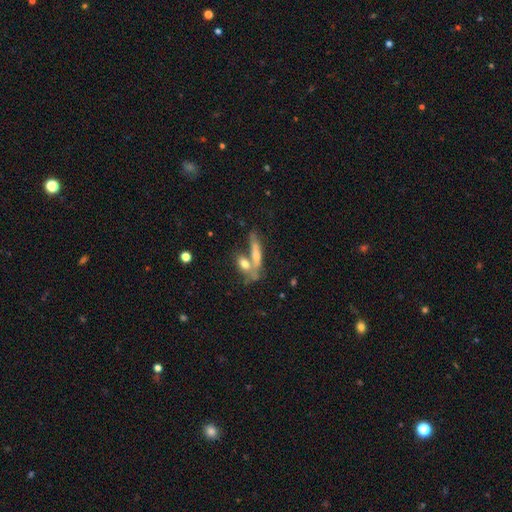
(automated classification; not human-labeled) Q: Smooth or featured?
A: featured or disk (47%); runner-up: smooth (42%)
Q: Merging?
A: merger (42%); runner-up: none (41%)